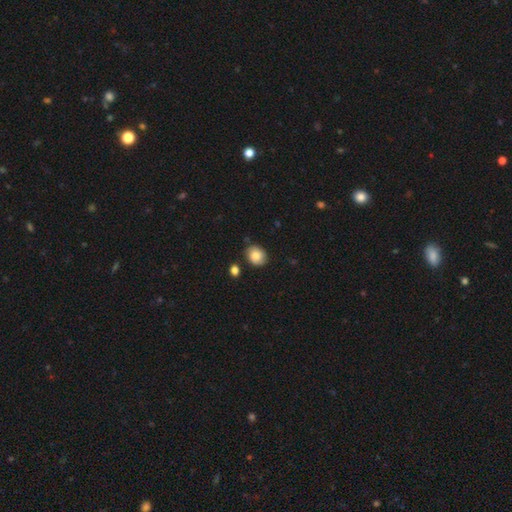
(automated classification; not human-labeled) Smooth or featured? Predicted: smooth (p=0.82). How rounded? Predicted: round (p=0.61). Merging? Predicted: none (p=0.79).